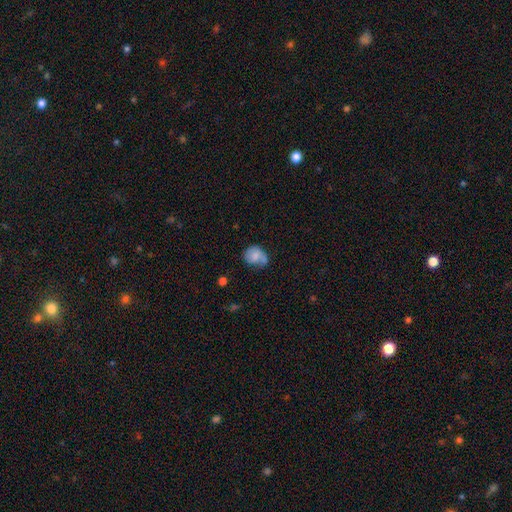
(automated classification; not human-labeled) Overall: smooth (64%; featured or disk 27%). How rounded: round (57%; in between 42%). Merging: none (41%; minor disturbance 33%).